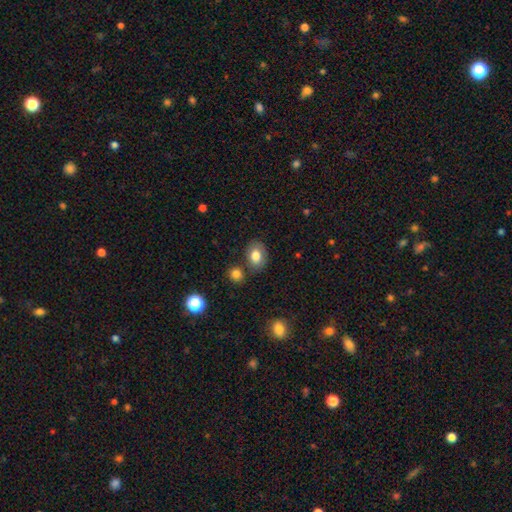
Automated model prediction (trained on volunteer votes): smooth 80%, featured or disk 11%, star or artifact 8%. Down the decision tree: how rounded — in between (73%); merging — none (75%).